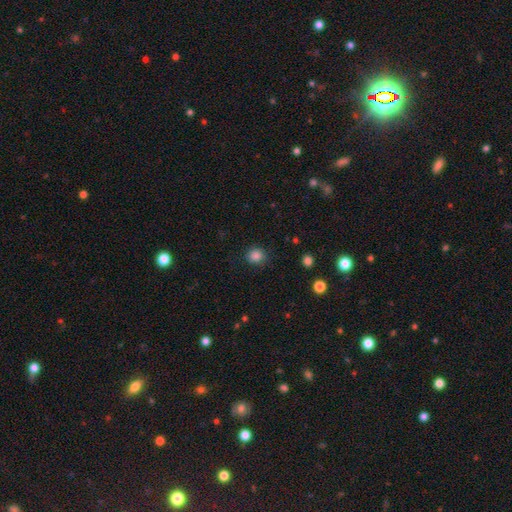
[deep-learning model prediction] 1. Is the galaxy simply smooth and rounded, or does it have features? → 85% smooth, 11% star or artifact, 3% featured or disk.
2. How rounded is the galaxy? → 88% round, 11% in between, 1% cigar-shaped.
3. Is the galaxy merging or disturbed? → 87% none, 9% minor disturbance, 3% major disturbance, 1% merger.